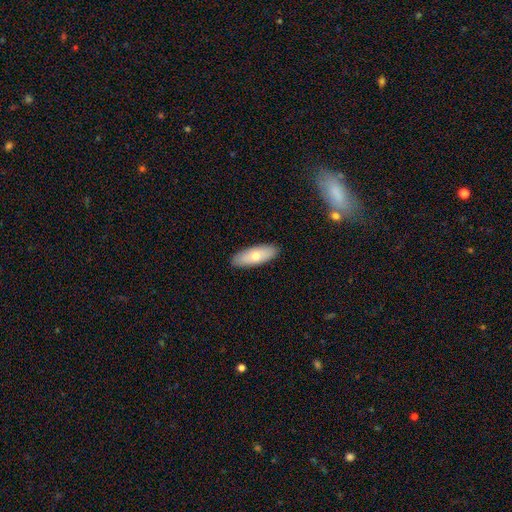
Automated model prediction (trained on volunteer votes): The model was most divided on "how rounded": in between: 67%, cigar-shaped: 30%, round: 2%. More confident: merging — none (90%); smooth or featured — smooth (66%).